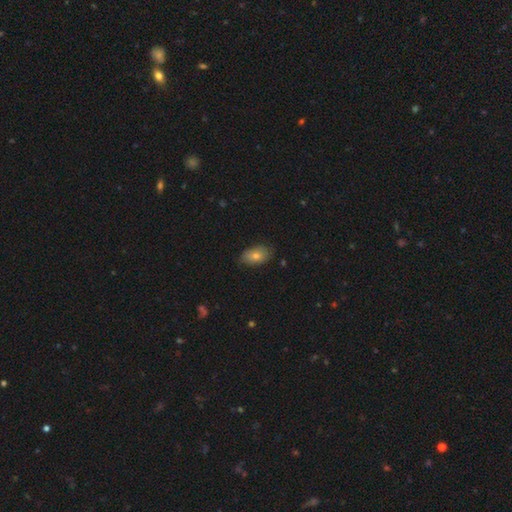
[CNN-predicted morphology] A smooth galaxy with no disk features (72%) that is in between round and cigar-shaped (90%).

Vote fractions:
- Smooth or featured? smooth: 72% / featured or disk: 17% / star or artifact: 11%
- How rounded? in between: 90% / round: 8% / cigar-shaped: 3%
- Merging? none: 81% / minor disturbance: 15% / major disturbance: 3% / merger: 1%